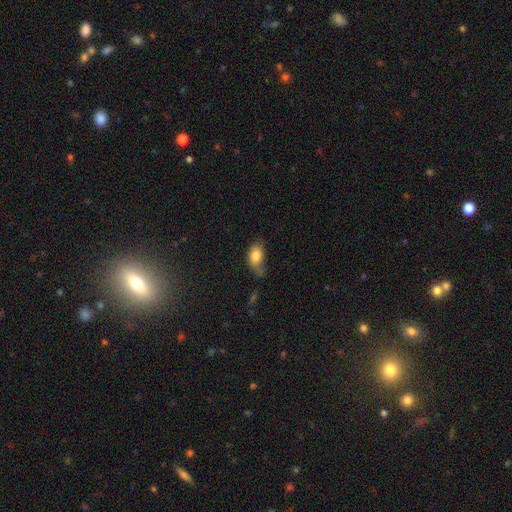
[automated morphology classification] Smooth or featured? smooth (82%)
How rounded? in between (89%)
Merging? none (44%)